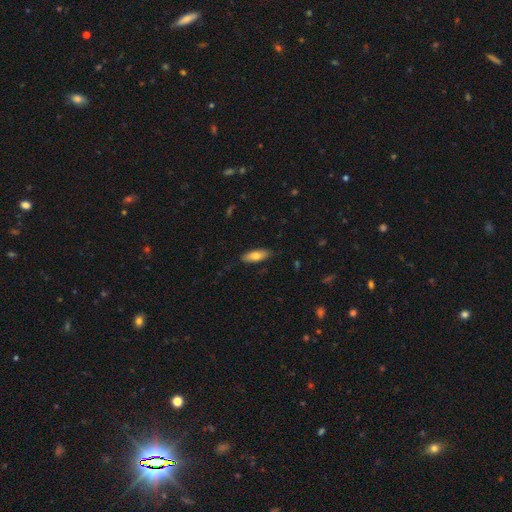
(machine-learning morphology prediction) Overall: smooth (75%). How rounded: in between (70%). Merging: none (86%).